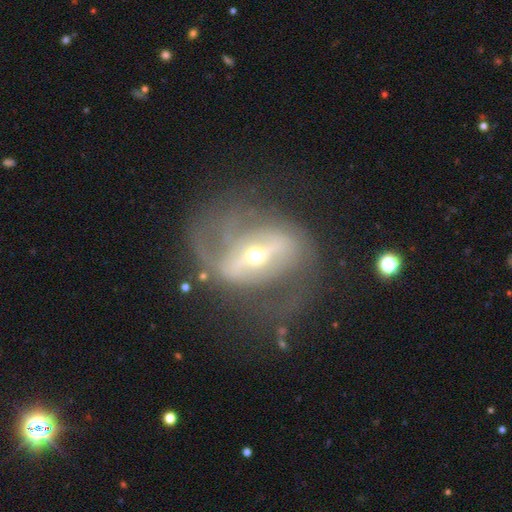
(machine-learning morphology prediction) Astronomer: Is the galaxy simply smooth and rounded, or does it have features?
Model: featured or disk — 83%.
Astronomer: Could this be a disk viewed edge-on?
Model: no — 94%.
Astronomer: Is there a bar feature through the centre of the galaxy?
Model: strong — 62%.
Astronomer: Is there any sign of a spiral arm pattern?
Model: yes — 81%.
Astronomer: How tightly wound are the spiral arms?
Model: medium — 43% (runner-up: loose, 38%).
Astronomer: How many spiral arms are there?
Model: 2 — 79%.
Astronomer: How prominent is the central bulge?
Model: small — 57% (runner-up: moderate, 38%).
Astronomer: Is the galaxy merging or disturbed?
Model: none — 55%.